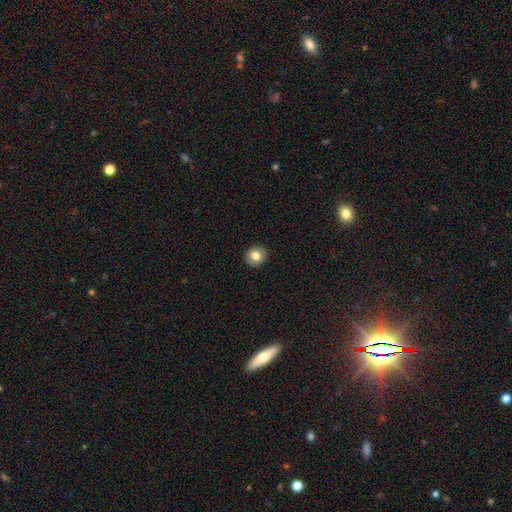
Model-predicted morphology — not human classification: Smooth or featured: smooth — 78% (featured or disk — 13%)
How rounded: round — 86% (in between — 13%)
Merging: none — 91% (minor disturbance — 7%)